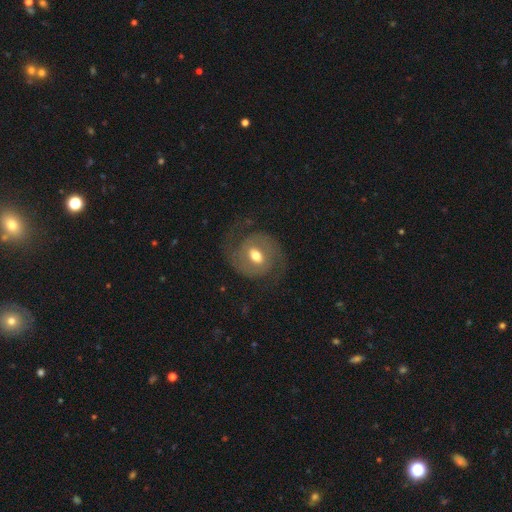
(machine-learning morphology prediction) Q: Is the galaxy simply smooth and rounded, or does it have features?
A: featured or disk — 82%.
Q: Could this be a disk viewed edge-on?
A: no — 97%.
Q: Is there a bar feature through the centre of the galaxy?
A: weak — 48%.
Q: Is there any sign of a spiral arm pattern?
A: yes — 93%.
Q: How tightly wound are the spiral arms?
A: medium — 49%.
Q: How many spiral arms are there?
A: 2 — 91%.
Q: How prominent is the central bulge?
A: moderate — 73%.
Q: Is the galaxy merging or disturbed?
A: none — 74%.